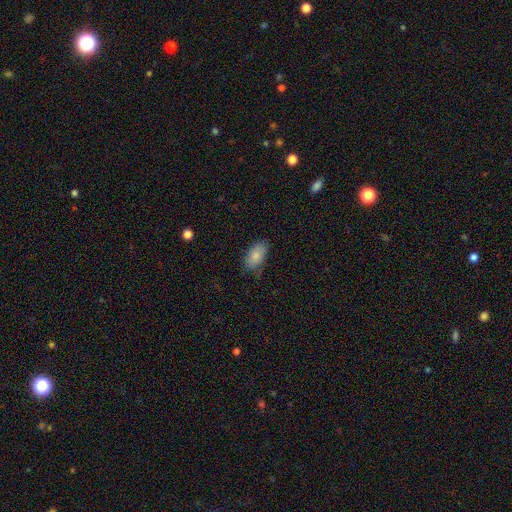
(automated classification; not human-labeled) A smooth galaxy with no disk features (85%) that is in between round and cigar-shaped (93%). Merging: none (75%).